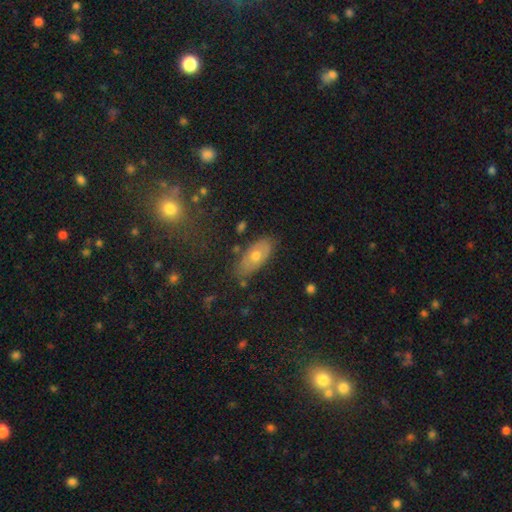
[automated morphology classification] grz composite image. It shows a smooth galaxy with no disk features (53%) that is in between round and cigar-shaped (87%). Merging: none (78%).